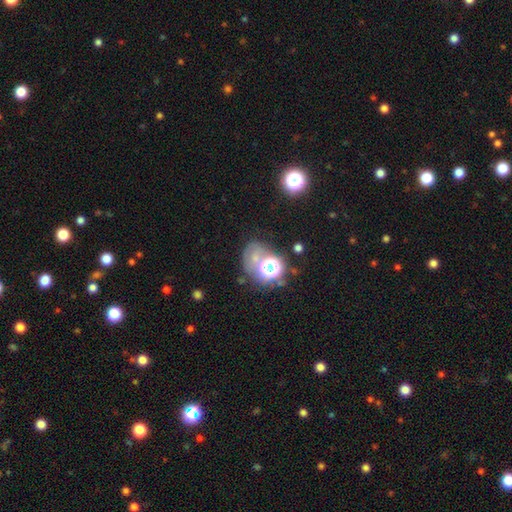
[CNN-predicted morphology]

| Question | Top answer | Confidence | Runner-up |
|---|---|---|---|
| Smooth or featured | star or artifact | 42% | smooth (34%) |